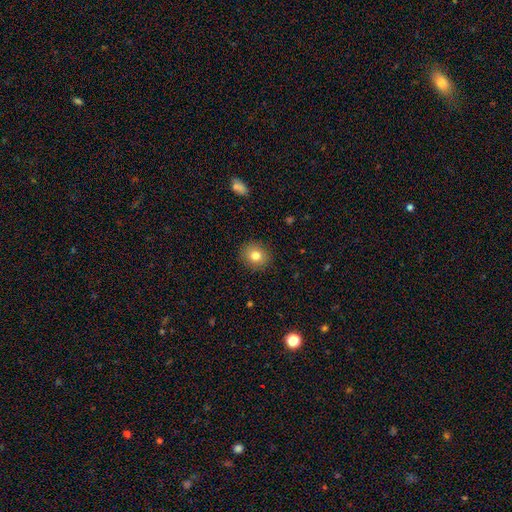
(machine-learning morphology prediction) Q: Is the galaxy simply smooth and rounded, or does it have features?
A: smooth — 80%.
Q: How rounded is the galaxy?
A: round — 79%.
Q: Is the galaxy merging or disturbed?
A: none — 90%.